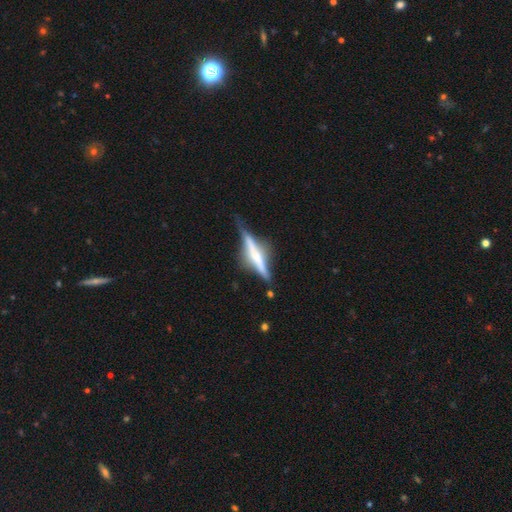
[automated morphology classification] smooth_or_featured: featured or disk (p=0.69) [alt: smooth p=0.24]
disk_edge_on: yes (p=0.94) [alt: no p=0.06]
edge_on_bulge: rounded (p=0.51) [alt: none p=0.26]
merging: none (p=0.61) [alt: minor disturbance p=0.25]